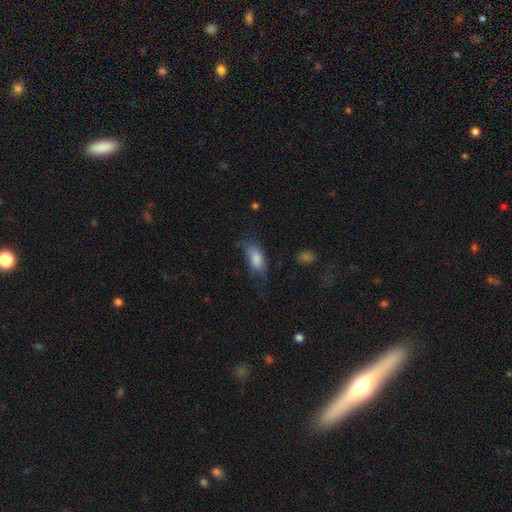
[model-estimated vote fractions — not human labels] The model was most divided on "merging": none: 51%, minor disturbance: 28%, major disturbance: 19%, merger: 2%. More confident: how rounded — in between (80%); smooth or featured — smooth (74%).